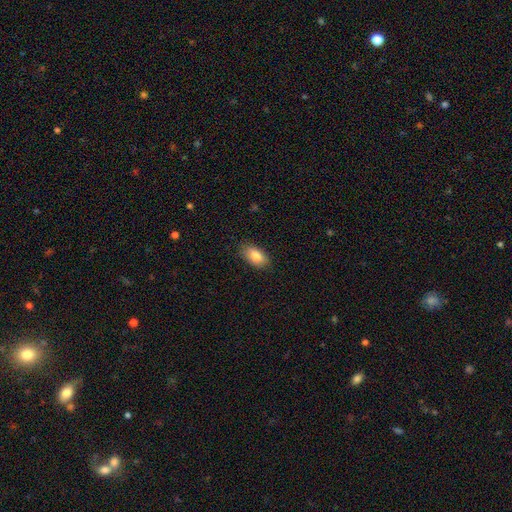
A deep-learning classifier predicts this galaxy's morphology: smooth 84%, featured or disk 9%, star or artifact 7%. Down the decision tree: how rounded — in between (92%); merging — none (84%).